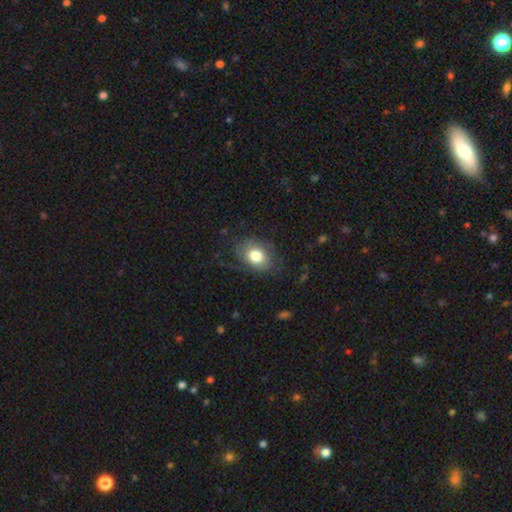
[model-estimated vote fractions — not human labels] Smooth or featured? Predicted: smooth (p=0.64). How rounded? Predicted: in between (p=0.72). Merging? Predicted: none (p=0.71).